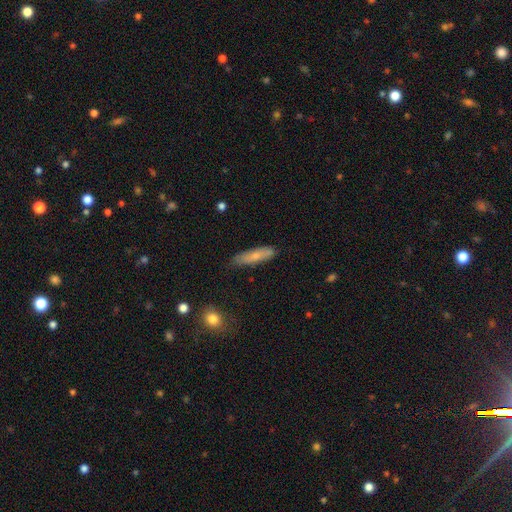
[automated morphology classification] Smooth or featured?
  - smooth: 69% *
  - featured or disk: 24%
  - star or artifact: 7%
How rounded?
  - cigar-shaped: 74% *
  - in between: 24%
  - round: 2%
Merging?
  - none: 79% *
  - minor disturbance: 17%
  - major disturbance: 3%
  - merger: 2%